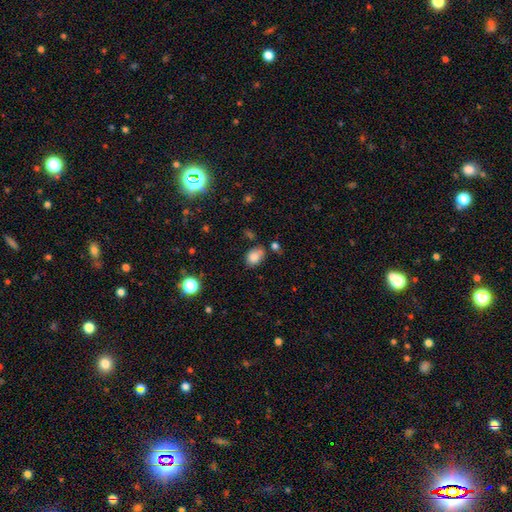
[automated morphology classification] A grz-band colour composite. It shows a smooth galaxy with no disk features (82%) that is in between round and cigar-shaped (73%). Merging: none (58%).